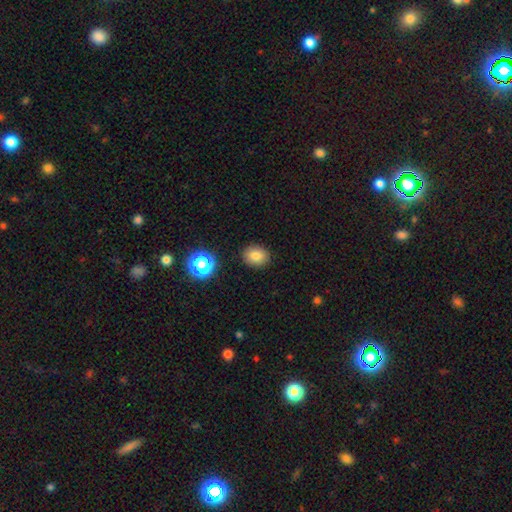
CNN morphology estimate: This appears to be a smooth galaxy with no disk features (80%) that is round (54%). Merging: none (88%).